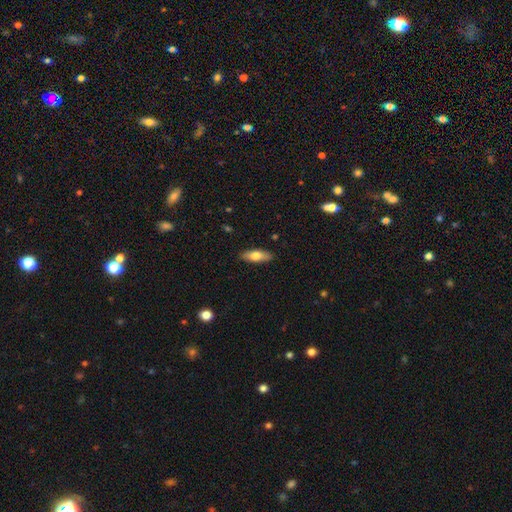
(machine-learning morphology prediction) Smooth or featured? Predicted: smooth (p=0.70). How rounded? Predicted: in between (p=0.65). Merging? Predicted: none (p=0.88).